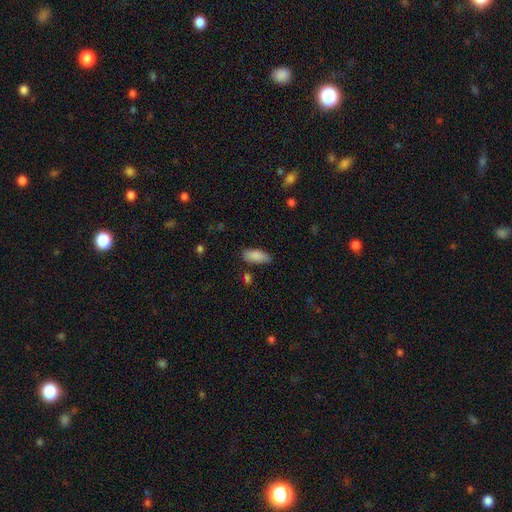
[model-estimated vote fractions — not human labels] A smooth galaxy with no disk features (88%) that is in between round and cigar-shaped (82%).

Vote fractions:
- Smooth or featured? smooth: 88% / star or artifact: 6% / featured or disk: 6%
- How rounded? in between: 82% / cigar-shaped: 16% / round: 2%
- Merging? none: 77% / minor disturbance: 16% / merger: 3% / major disturbance: 3%